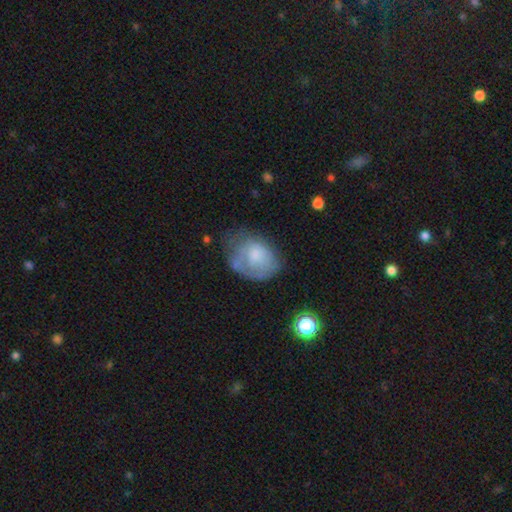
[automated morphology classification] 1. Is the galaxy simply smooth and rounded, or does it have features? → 59% smooth, 32% featured or disk, 8% star or artifact.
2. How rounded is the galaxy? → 60% in between, 39% round, 1% cigar-shaped.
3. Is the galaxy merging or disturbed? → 39% none, 32% minor disturbance, 25% major disturbance, 4% merger.